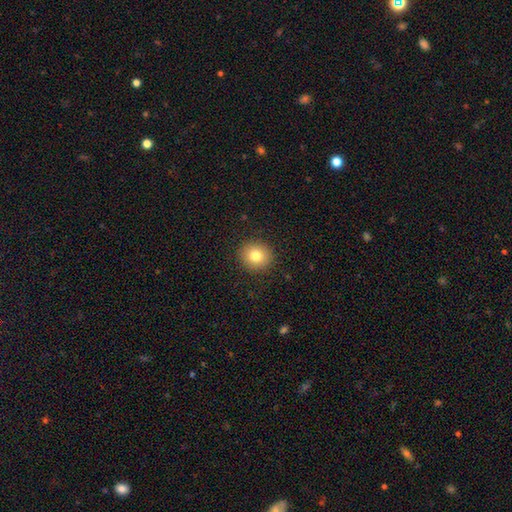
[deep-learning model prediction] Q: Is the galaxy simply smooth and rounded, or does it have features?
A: smooth — 79%.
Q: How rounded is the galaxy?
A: round — 88%.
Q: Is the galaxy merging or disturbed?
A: none — 91%.